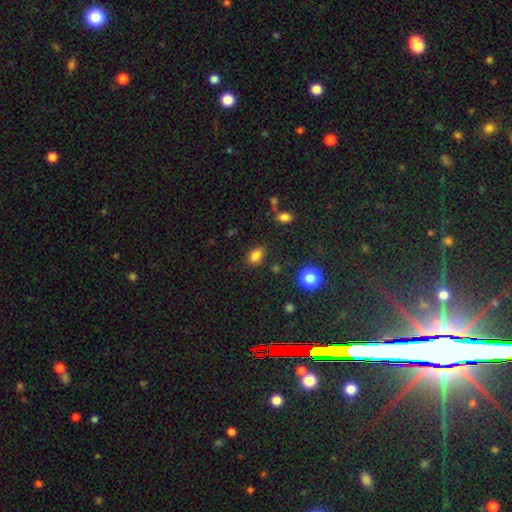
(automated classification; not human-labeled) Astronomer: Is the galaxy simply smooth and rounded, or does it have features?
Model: smooth — 83%.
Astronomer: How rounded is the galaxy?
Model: in between — 83%.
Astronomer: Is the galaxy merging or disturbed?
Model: none — 83%.